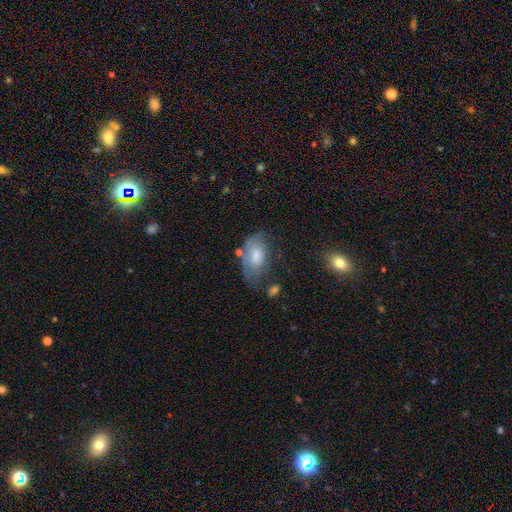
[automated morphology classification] smooth-or-featured: smooth: 66% | featured or disk: 27% | star or artifact: 7%
  how-rounded: in between: 91% | round: 7% | cigar-shaped: 2%
  merging: none: 44% | minor disturbance: 32% | major disturbance: 17% | merger: 7%